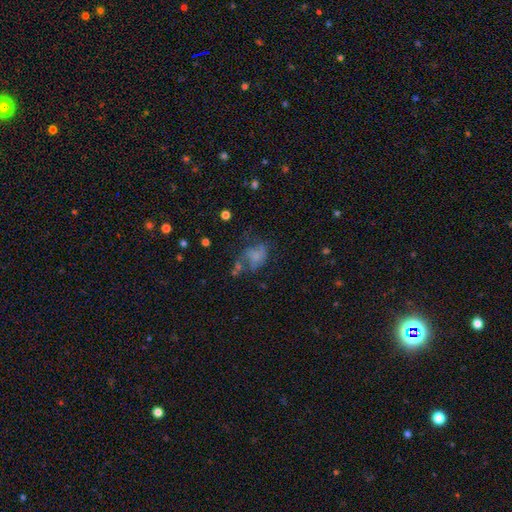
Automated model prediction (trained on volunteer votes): Smooth or featured?
  - smooth: 51% *
  - featured or disk: 35%
  - star or artifact: 14%
How rounded?
  - in between: 62% *
  - round: 37%
  - cigar-shaped: 2%
Merging?
  - none: 33% * (tied)
  - major disturbance: 33% * (tied)
  - minor disturbance: 23%
  - merger: 11%